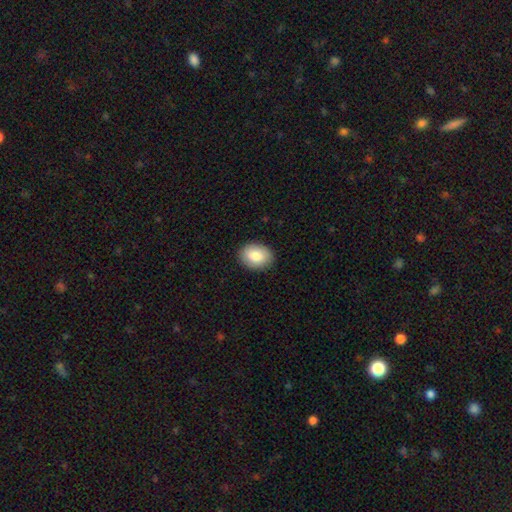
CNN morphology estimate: A smooth galaxy with no disk features (85%) that is in between round and cigar-shaped (73%).

Vote fractions:
- Smooth or featured? smooth: 85% / featured or disk: 9% / star or artifact: 7%
- How rounded? in between: 73% / round: 26% / cigar-shaped: 1%
- Merging? none: 89% / minor disturbance: 8% / major disturbance: 2% / merger: 1%